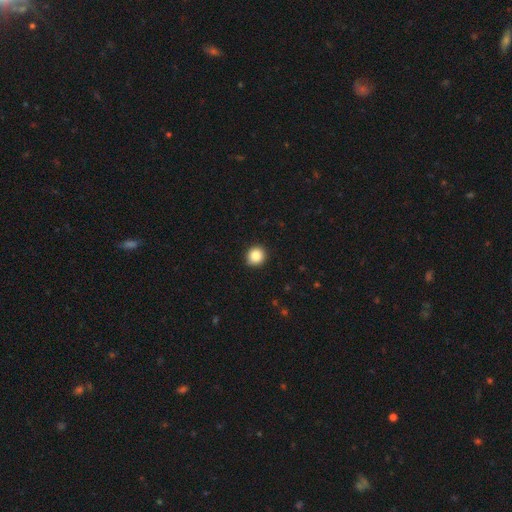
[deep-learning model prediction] smooth 86%, star or artifact 9%, featured or disk 4%. Down the decision tree: how rounded — round (89%); merging — none (91%).